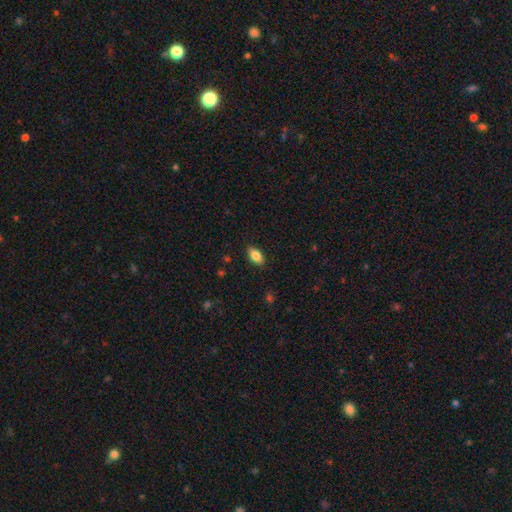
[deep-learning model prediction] A smooth galaxy with no disk features (83%) that is in between round and cigar-shaped (90%). Merging: none (87%).